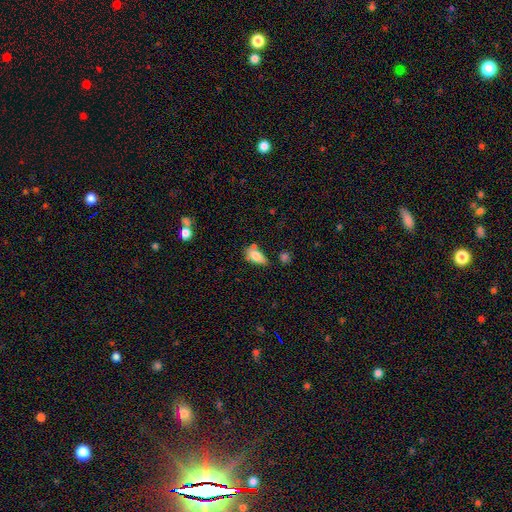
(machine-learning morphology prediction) A smooth galaxy with no disk features (77%) that is in between round and cigar-shaped (87%). Merging: none (43%).